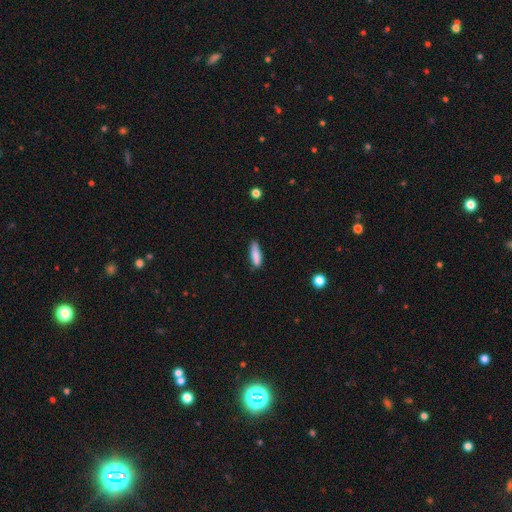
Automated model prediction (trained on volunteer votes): A smooth galaxy with no disk features (85%) that is cigar-shaped (58%). Merging: none (73%).